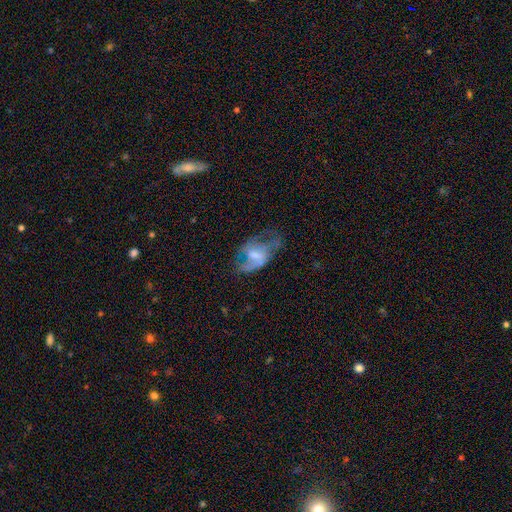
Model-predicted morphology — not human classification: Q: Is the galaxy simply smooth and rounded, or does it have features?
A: featured or disk — 59%.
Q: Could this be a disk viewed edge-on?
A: no — 96%.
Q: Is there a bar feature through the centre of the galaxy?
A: weak — 44%.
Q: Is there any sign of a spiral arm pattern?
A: yes — 61%.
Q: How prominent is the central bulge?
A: moderate — 38%.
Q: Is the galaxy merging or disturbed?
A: major disturbance — 39%.